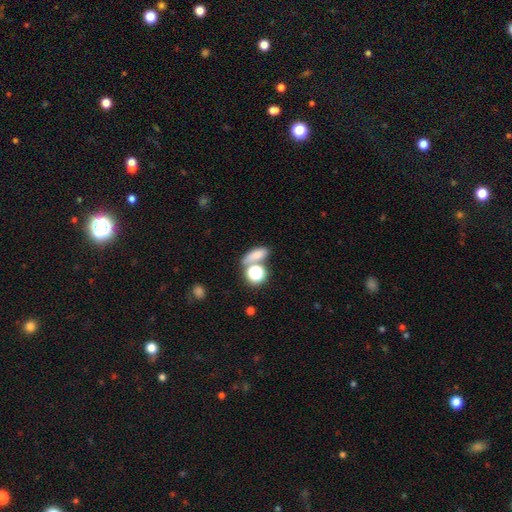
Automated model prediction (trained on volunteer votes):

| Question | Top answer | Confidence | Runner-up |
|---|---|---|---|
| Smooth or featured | smooth | 74% | star or artifact (16%) |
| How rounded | in between | 61% | round (25%) |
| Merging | none | 56% | merger (27%) |